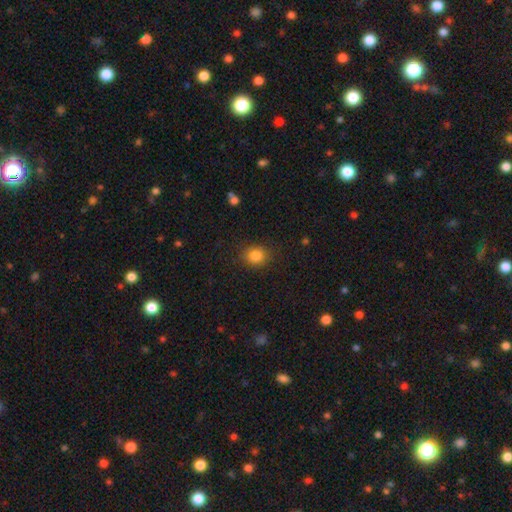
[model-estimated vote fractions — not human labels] Q: Smooth or featured?
A: smooth (84%); runner-up: star or artifact (11%)
Q: How rounded?
A: round (72%); runner-up: in between (27%)
Q: Merging?
A: none (86%); runner-up: minor disturbance (9%)